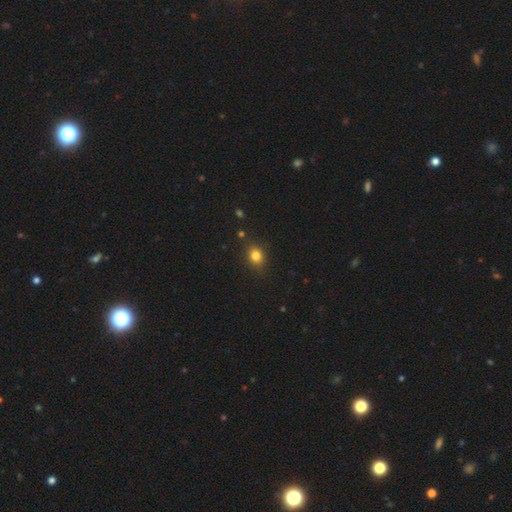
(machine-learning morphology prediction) Smooth or featured? Predicted: smooth (p=0.80). How rounded? Predicted: round (p=0.53). Merging? Predicted: none (p=0.83).